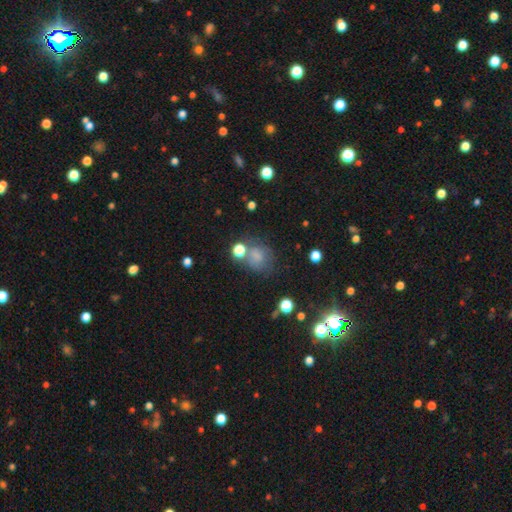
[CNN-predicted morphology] Overall: smooth (67%). How rounded: round (67%; in between 32%). Merging: none (55%; minor disturbance 21%).